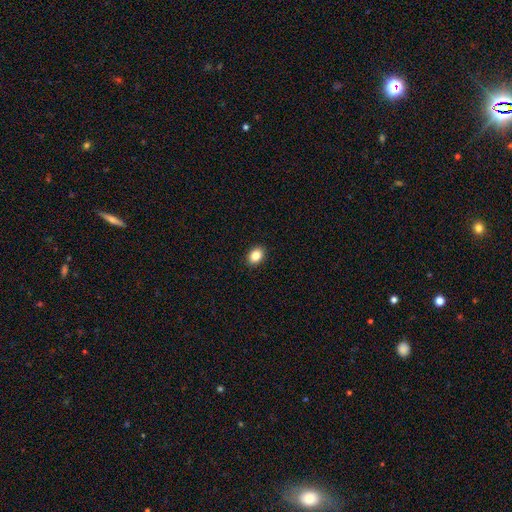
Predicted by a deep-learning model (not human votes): smooth_or_featured: smooth (p=0.85) [alt: star or artifact p=0.09]
how_rounded: in between (p=0.70) [alt: round p=0.29]
merging: none (p=0.91) [alt: minor disturbance p=0.07]